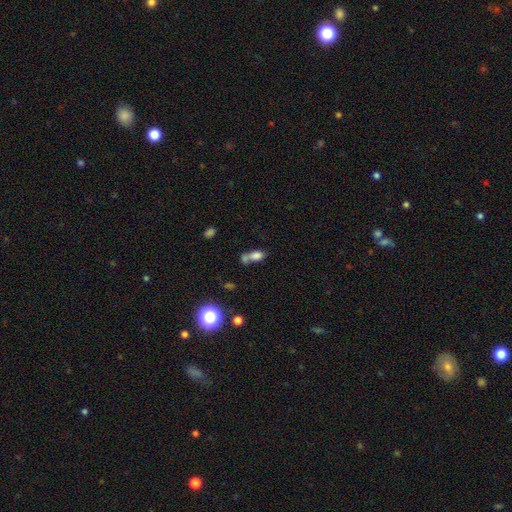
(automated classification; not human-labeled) smooth_or_featured: smooth (p=0.73) [alt: star or artifact p=0.14]
how_rounded: in between (p=0.77) [alt: round p=0.15]
merging: merger (p=0.48) [alt: none p=0.28]